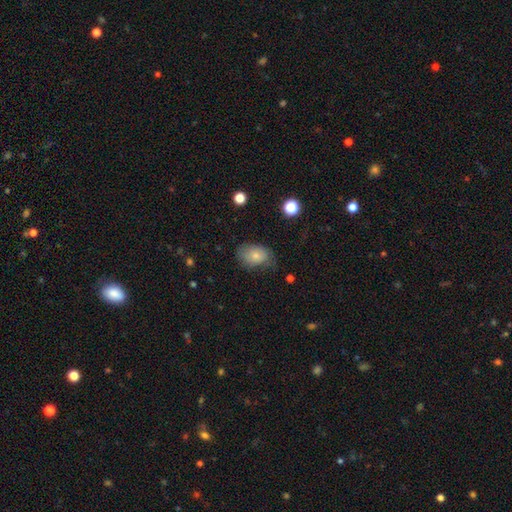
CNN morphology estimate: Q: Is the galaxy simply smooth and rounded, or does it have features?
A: smooth — 76%.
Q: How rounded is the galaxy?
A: in between — 82%.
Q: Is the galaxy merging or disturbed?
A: none — 56%.